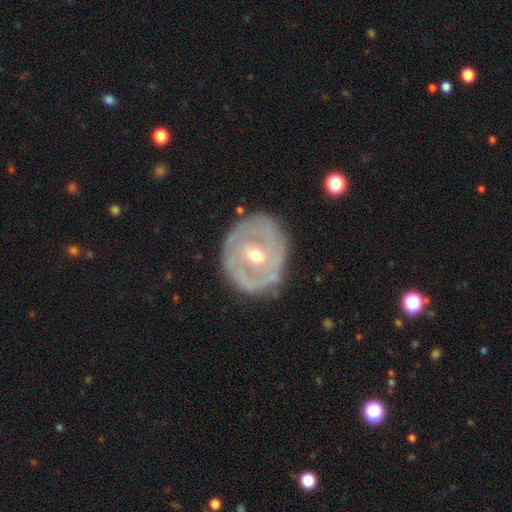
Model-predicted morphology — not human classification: Smooth or featured? featured or disk (79%)
Edge-on disk? no (96%)
Bar? weak (43%)
Spiral arms? yes (69%)
Spiral winding? tight (65%)
Spiral arm count? 2 (39%)
Bulge size? moderate (70%)
Merging? none (77%)